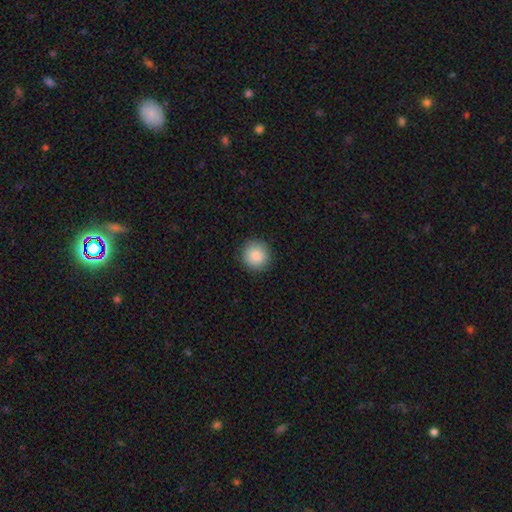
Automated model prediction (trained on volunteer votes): This is clearly a smooth galaxy (87%). How rounded: clearly round (94%). Merging: clearly none (91%).